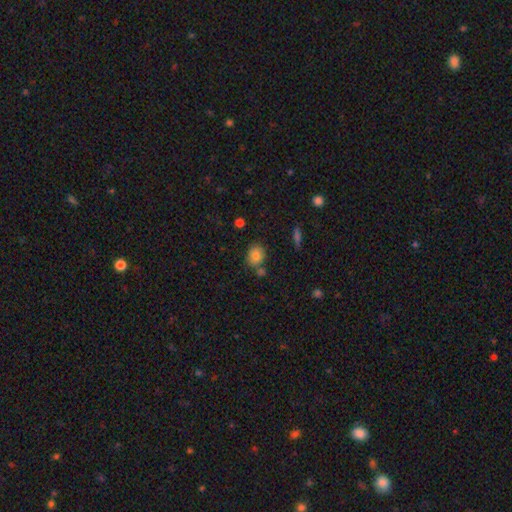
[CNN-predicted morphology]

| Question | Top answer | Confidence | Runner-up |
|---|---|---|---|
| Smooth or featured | smooth | 82% | star or artifact (10%) |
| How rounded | round | 59% | in between (40%) |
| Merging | none | 70% | minor disturbance (14%) |